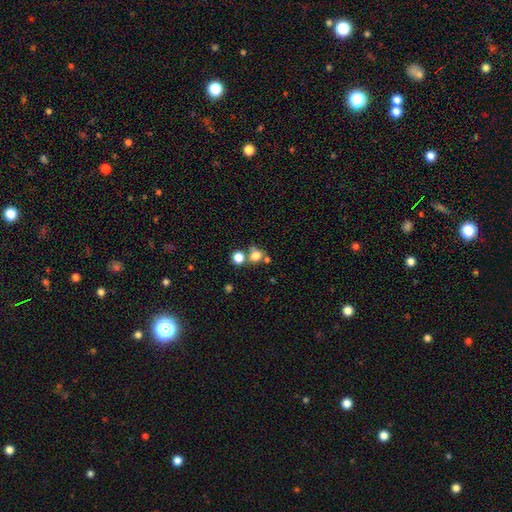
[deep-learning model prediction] This is likely a smooth galaxy (73%). How rounded: likely round (68%). Merging: possibly none (48%).